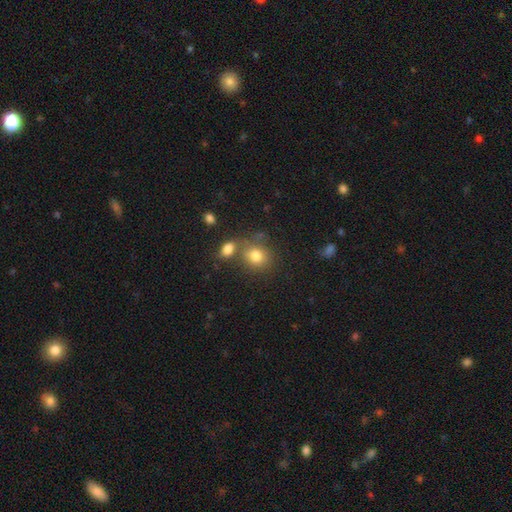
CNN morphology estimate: smooth_or_featured: smooth (p=0.80) [alt: star or artifact p=0.11]
how_rounded: round (p=0.66) [alt: in between p=0.33]
merging: none (p=0.57) [alt: merger p=0.24]